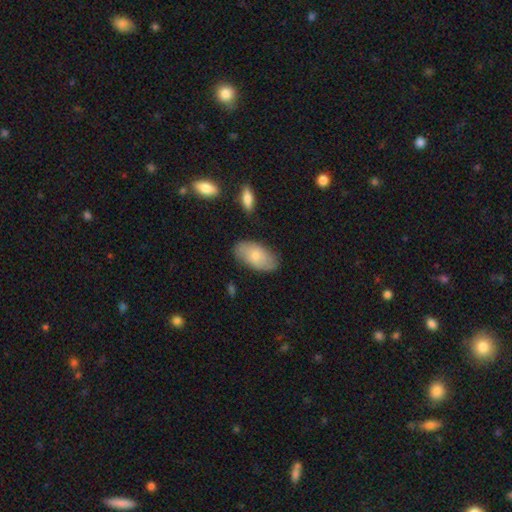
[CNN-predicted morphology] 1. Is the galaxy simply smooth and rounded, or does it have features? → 68% smooth, 26% featured or disk, 6% star or artifact.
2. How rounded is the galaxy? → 94% in between, 4% round, 2% cigar-shaped.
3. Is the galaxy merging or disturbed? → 79% none, 16% minor disturbance, 3% major disturbance, 2% merger.